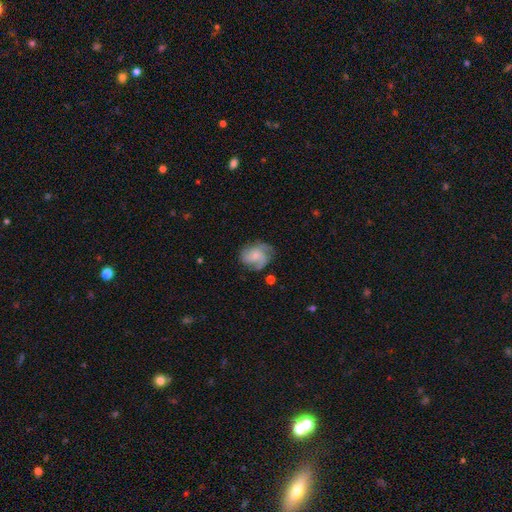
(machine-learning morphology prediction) A featured or disk galaxy (76%) with no bar (70%), 3 (57%) medium (48%) spiral arms (96%) and a small central bulge (45%). Merging: none (69%).